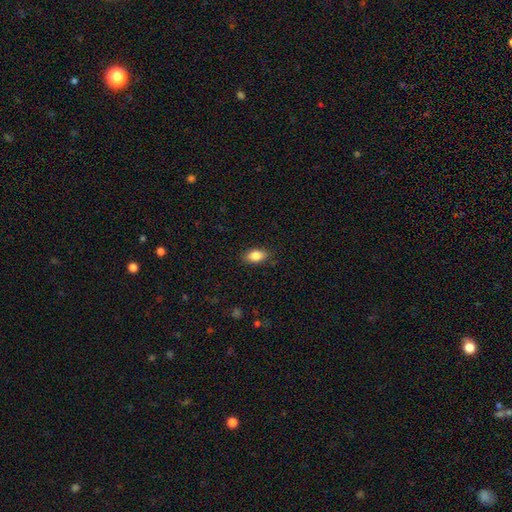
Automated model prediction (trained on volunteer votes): Smooth or featured? Predicted: smooth (p=0.86). How rounded? Predicted: in between (p=0.89). Merging? Predicted: none (p=0.86).